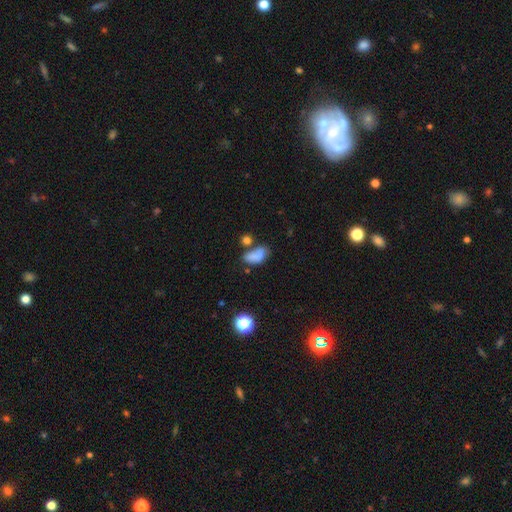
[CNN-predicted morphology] A smooth galaxy with no disk features (71%) that is in between round and cigar-shaped (87%).

Vote fractions:
- Smooth or featured? smooth: 71% / featured or disk: 17% / star or artifact: 13%
- How rounded? in between: 87% / round: 10% / cigar-shaped: 3%
- Merging? none: 34% / merger: 29% / minor disturbance: 22% / major disturbance: 15%